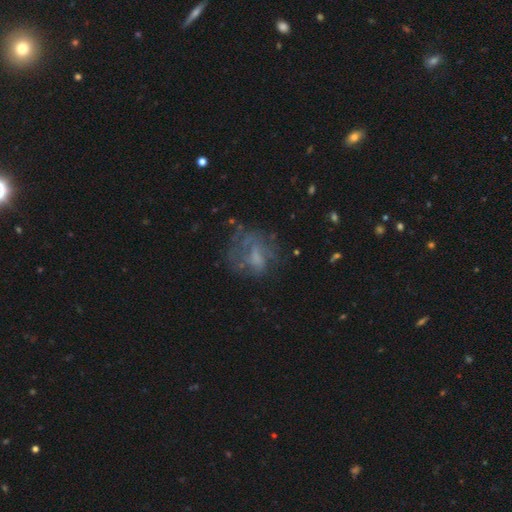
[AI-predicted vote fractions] Morphology: type=featured or disk (52%); edge-on=no (96%); bar=no (59%); spiral arms=no (60%); bulge=none (46%); merging=none (46%).